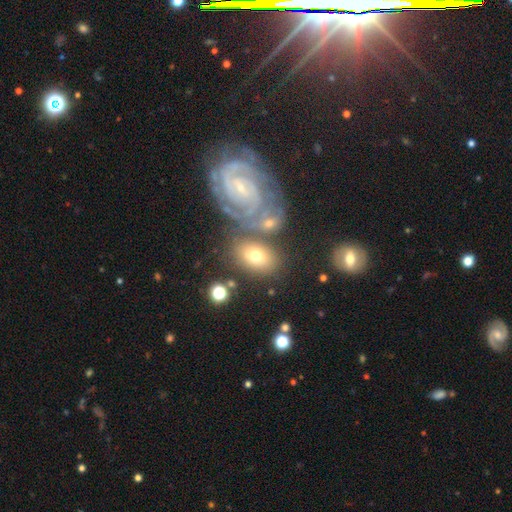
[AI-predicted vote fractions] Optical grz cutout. It shows a smooth galaxy with no disk features (54%) that is in between round and cigar-shaped (77%). Merging: none (59%).